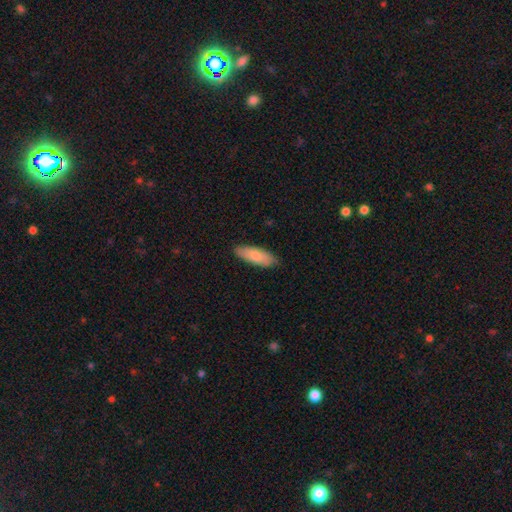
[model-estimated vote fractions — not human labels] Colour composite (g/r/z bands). It shows a smooth galaxy with no disk features (83%) that is in between round and cigar-shaped (65%). Merging: none (85%).